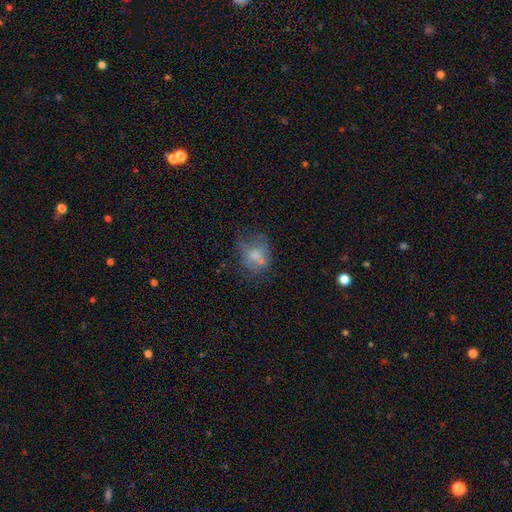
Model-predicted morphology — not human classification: Overall: smooth (57%; featured or disk 30%). How rounded: round (49%, tied with in between). Merging: none (39%; minor disturbance 25%).